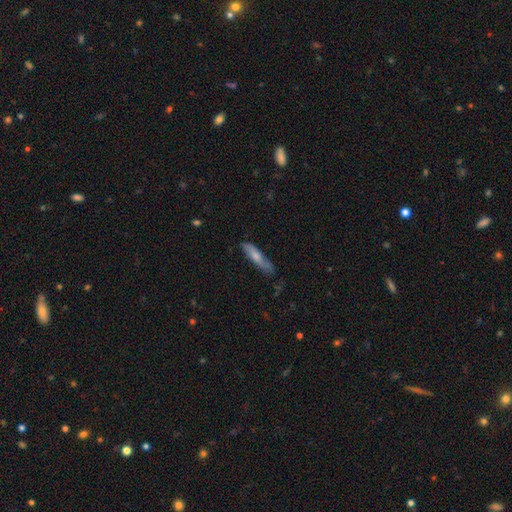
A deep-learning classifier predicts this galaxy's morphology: A smooth galaxy with no disk features (59%) that is cigar-shaped (75%). Merging: none (68%).